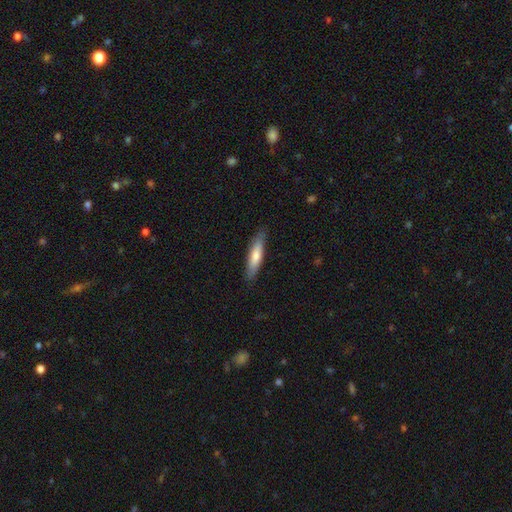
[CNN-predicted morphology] Smooth or featured?
  - smooth: 67% *
  - featured or disk: 27%
  - star or artifact: 6%
How rounded?
  - cigar-shaped: 81% *
  - in between: 17%
  - round: 1%
Merging?
  - none: 87% *
  - minor disturbance: 10%
  - major disturbance: 2%
  - merger: 1%